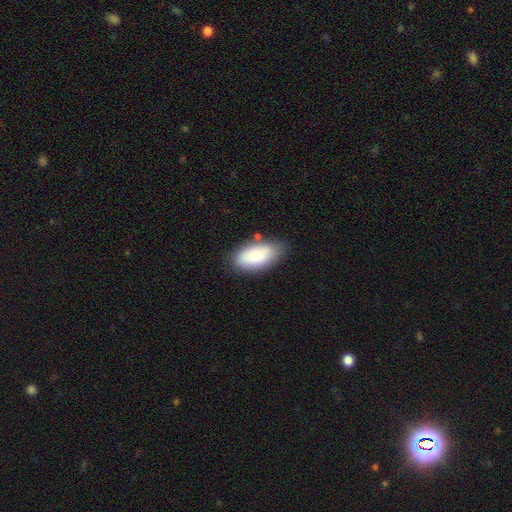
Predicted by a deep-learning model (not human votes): A smooth galaxy with no disk features (84%) that is in between round and cigar-shaped (92%). Merging: none (73%).